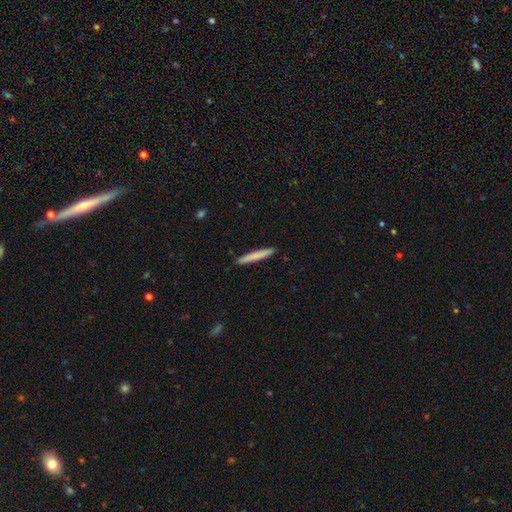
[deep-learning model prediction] Smooth or featured? Predicted: smooth (p=0.77). How rounded? Predicted: cigar-shaped (p=0.96). Merging? Predicted: none (p=0.92).